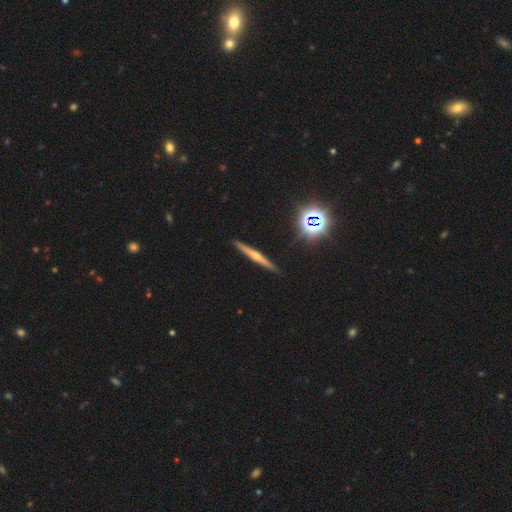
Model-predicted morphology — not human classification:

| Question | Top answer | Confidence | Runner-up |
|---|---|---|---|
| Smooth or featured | featured or disk | 62% | smooth (27%) |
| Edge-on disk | yes | 97% | no (3%) |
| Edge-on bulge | rounded | 77% | none (18%) |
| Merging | none | 91% | minor disturbance (6%) |